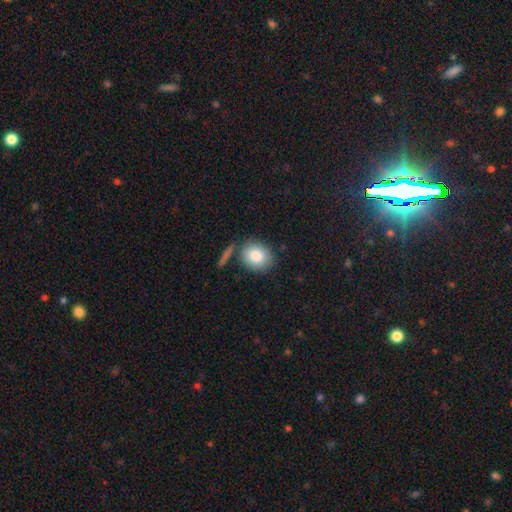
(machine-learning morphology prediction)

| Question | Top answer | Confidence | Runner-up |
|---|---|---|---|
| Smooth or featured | smooth | 84% | featured or disk (8%) |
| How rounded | round | 61% | in between (37%) |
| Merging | none | 73% | minor disturbance (13%) |